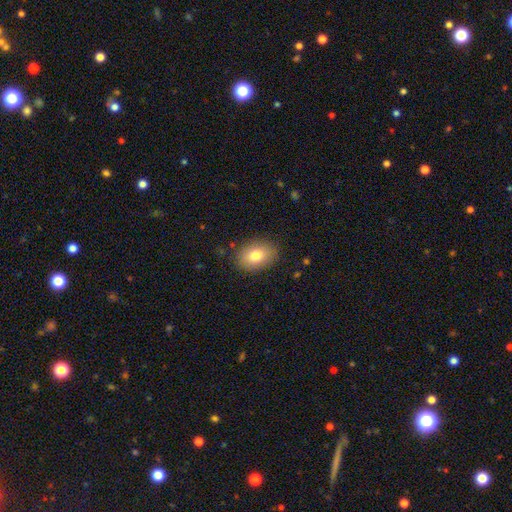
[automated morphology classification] Q: Smooth or featured?
A: smooth (79%); runner-up: featured or disk (12%)
Q: How rounded?
A: in between (74%); runner-up: round (25%)
Q: Merging?
A: none (86%); runner-up: minor disturbance (10%)